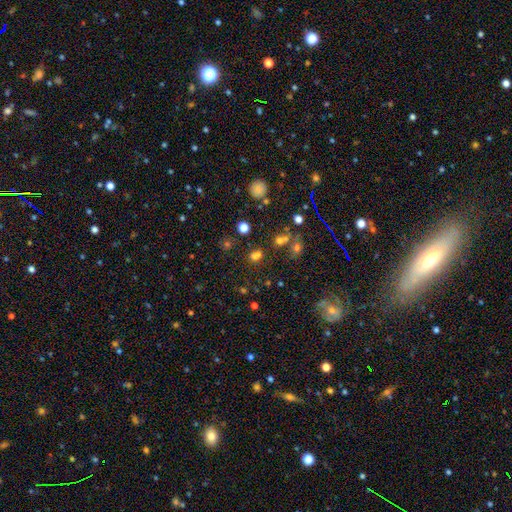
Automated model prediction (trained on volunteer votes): A smooth galaxy with no disk features (63%) that is round (55%). Merging: none (65%).